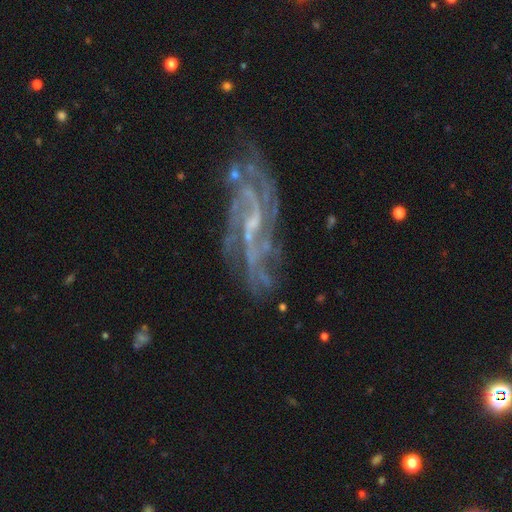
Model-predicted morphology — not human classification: featured or disk 88%, star or artifact 7%, smooth 5%. Down the decision tree: edge-on disk — no (93%); bar — weak (49%); spiral arms — yes (95%); spiral arm count — can't tell (27%); spiral winding — medium (46%); bulge size — small (61%); merging — none (64%).